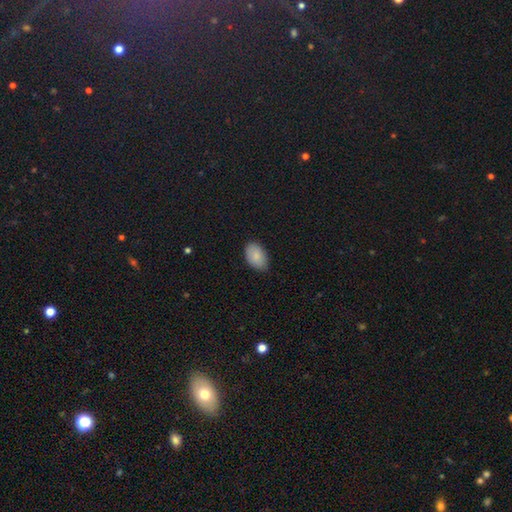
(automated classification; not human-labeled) Smooth or featured? Predicted: smooth (p=0.86). How rounded? Predicted: in between (p=0.91). Merging? Predicted: none (p=0.80).